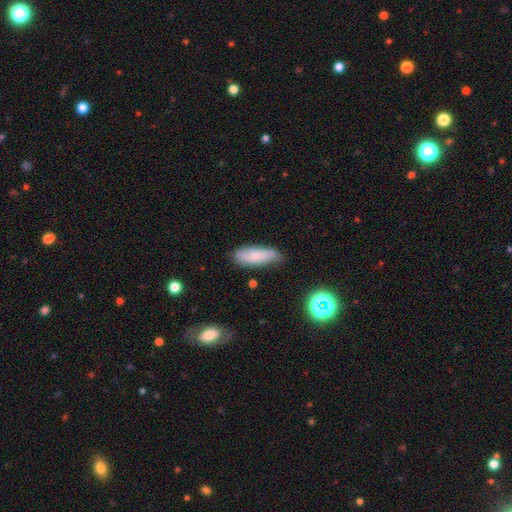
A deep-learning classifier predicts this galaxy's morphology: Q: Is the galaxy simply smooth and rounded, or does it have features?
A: smooth — 71%.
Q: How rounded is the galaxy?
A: in between — 53%.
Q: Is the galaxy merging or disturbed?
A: none — 69%.